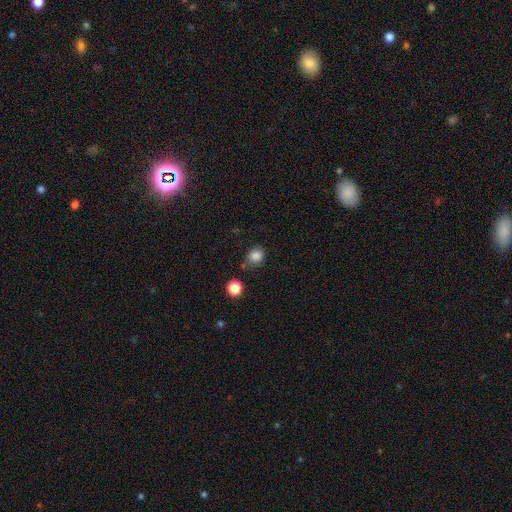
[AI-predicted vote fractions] This appears to be a smooth galaxy with no disk features (84%) that is round (70%). Merging: none (70%).